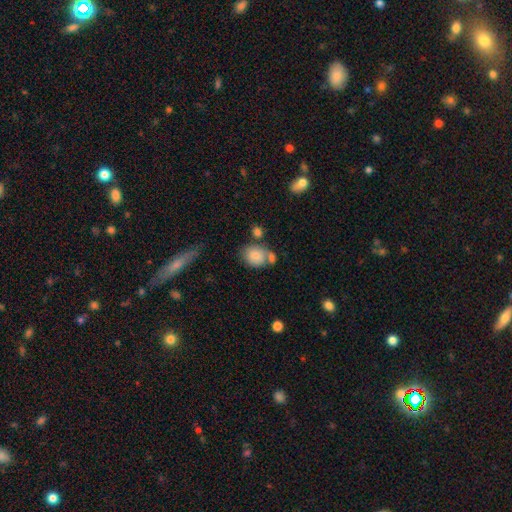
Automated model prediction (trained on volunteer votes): This is likely a smooth galaxy (79%). How rounded: possibly in between (55%). Merging: marginally none (41%).